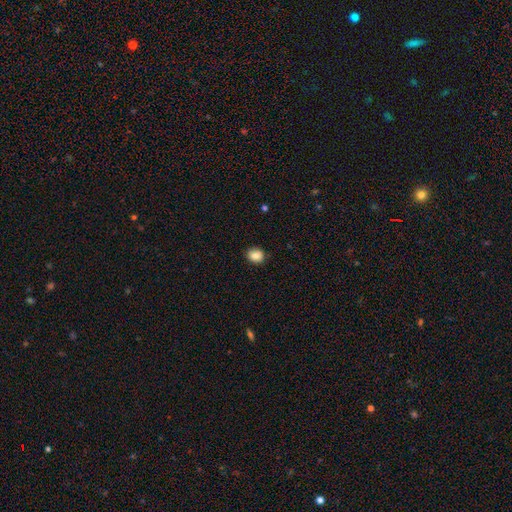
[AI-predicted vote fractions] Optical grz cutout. It shows a smooth galaxy with no disk features (86%) that is round (70%). Merging: none (88%).